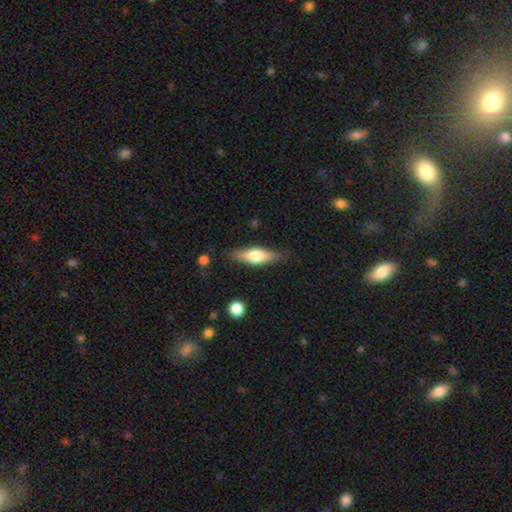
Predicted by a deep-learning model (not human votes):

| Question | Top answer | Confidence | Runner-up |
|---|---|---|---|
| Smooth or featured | smooth | 50% | featured or disk (44%) |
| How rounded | in between | 51% | cigar-shaped (46%) |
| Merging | none | 81% | minor disturbance (14%) |